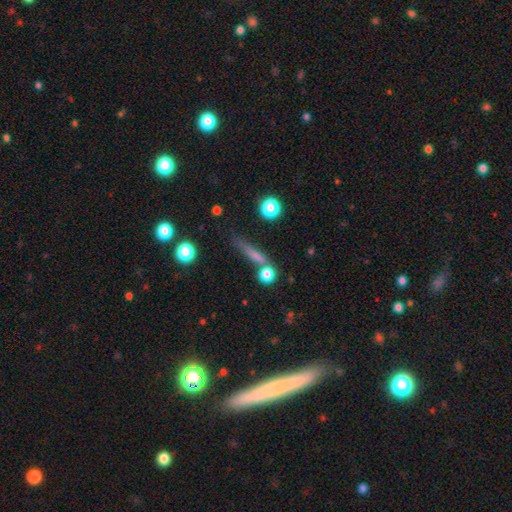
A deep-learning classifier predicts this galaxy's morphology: Smooth or featured? smooth (60%)
How rounded? cigar-shaped (80%)
Merging? none (69%)